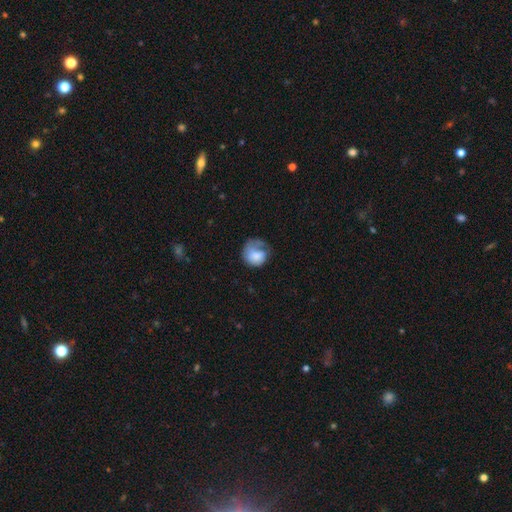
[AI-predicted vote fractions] A smooth galaxy with no disk features (60%) that is round (69%). Merging: major disturbance (41%).